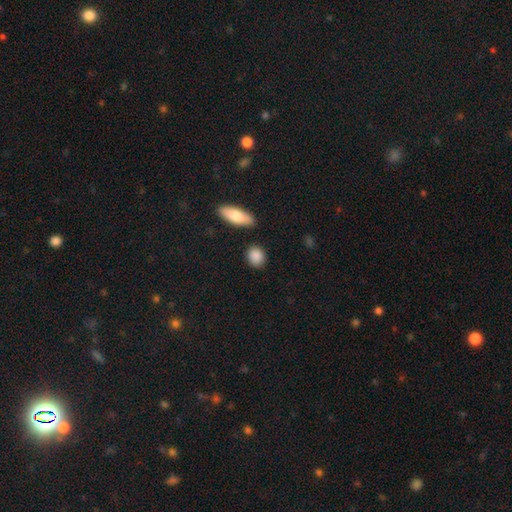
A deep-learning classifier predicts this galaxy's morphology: smooth_or_featured: smooth (p=0.89) [alt: star or artifact p=0.06]
how_rounded: round (p=0.56) [alt: in between p=0.40]
merging: none (p=0.84) [alt: minor disturbance p=0.10]